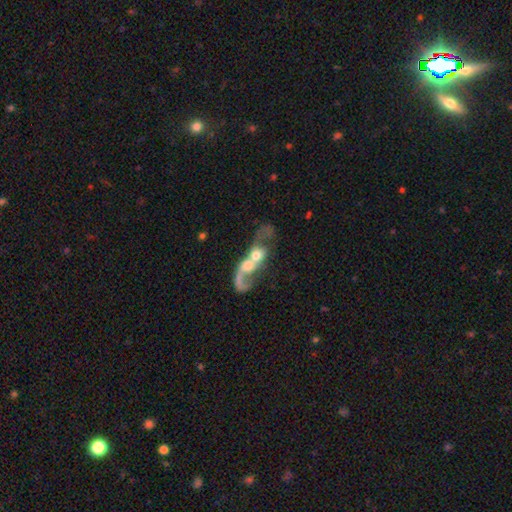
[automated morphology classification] The model was most divided on "spiral arms": yes: 51%, no: 49%. Remaining: edge-on disk — no (91%); merging — merger (81%); bar — no (78%); smooth or featured — featured or disk (58%); bulge size — moderate (49%).